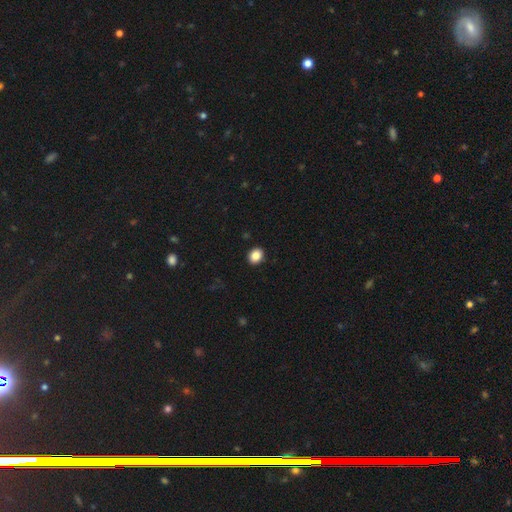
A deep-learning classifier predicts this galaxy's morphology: This is clearly a smooth galaxy (86%). How rounded: possibly round (58%). Merging: clearly none (92%).